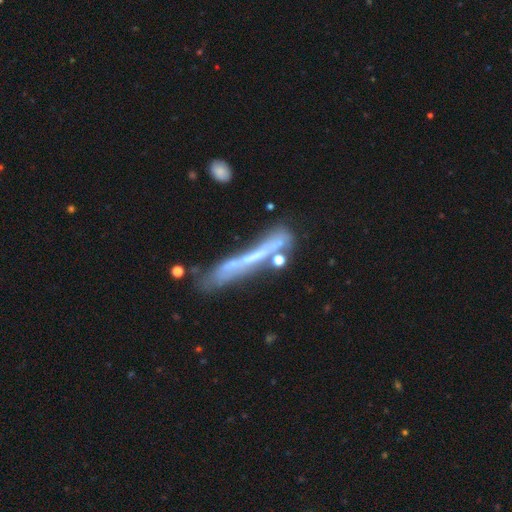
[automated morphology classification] Smooth or featured?
  - featured or disk: 59% *
  - smooth: 30%
  - star or artifact: 10%
Edge-on disk?
  - yes: 73% *
  - no: 27%
Merging?
  - none: 45% *
  - minor disturbance: 21%
  - merger: 18%
  - major disturbance: 16%